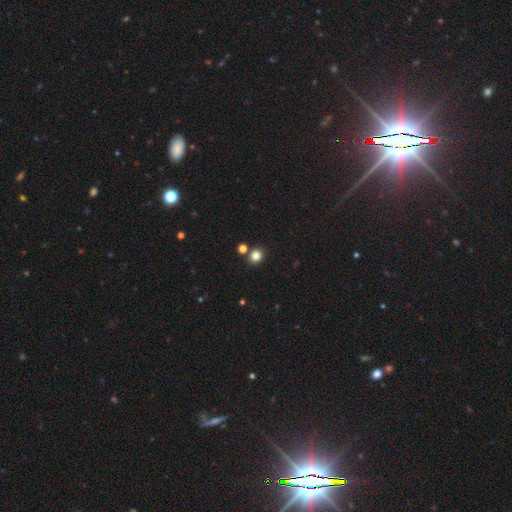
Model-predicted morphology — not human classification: This appears to be a smooth galaxy with no disk features (81%) that is round (79%). Merging: none (81%).